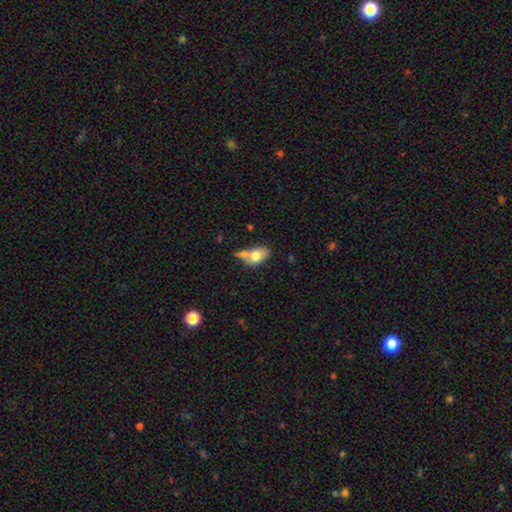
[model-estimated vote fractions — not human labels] This appears to be a smooth galaxy with no disk features (74%) that is in between round and cigar-shaped (82%). Merging: merger (42%).